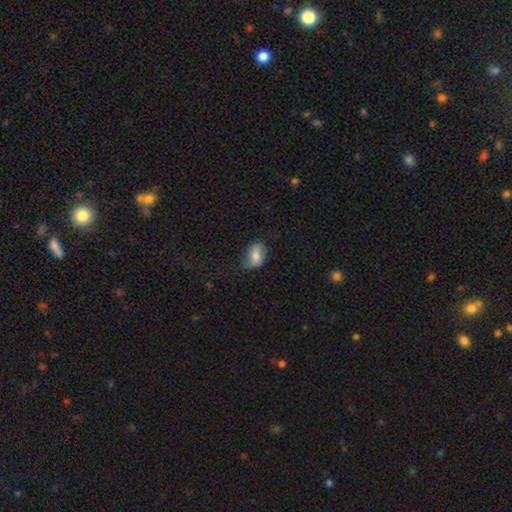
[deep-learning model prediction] Overall: smooth (73%). How rounded: in between (86%). Merging: none (59%; minor disturbance 30%).